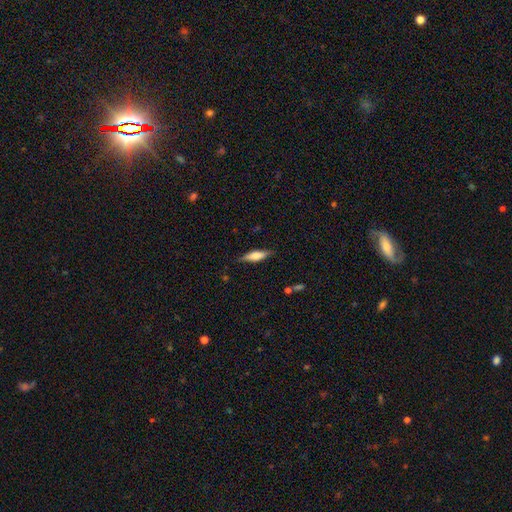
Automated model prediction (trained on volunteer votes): Smooth or featured: smooth — 69% (featured or disk — 24%)
How rounded: cigar-shaped — 59% (in between — 40%)
Merging: none — 83% (minor disturbance — 13%)